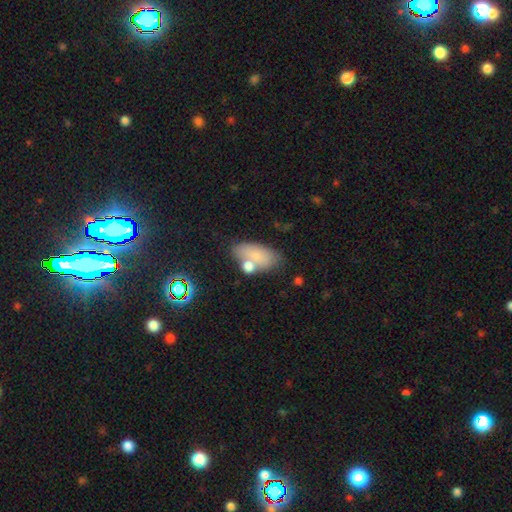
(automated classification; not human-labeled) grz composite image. It shows a smooth galaxy with no disk features (74%) that is in between round and cigar-shaped (89%). Merging: none (54%).